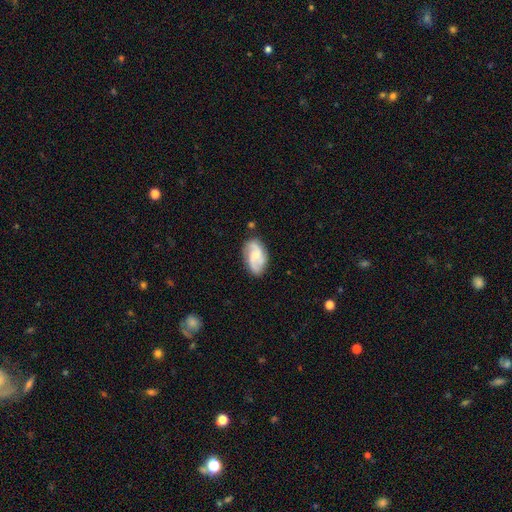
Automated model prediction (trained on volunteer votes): A featured or disk galaxy (69%) with no bar (59%), 2 (39%, tied with 3) medium (48%) spiral arms (94%) and a small central bulge (42%).

Vote fractions:
- Smooth or featured? featured or disk: 69% / smooth: 25% / star or artifact: 6%
- Edge-on disk? no: 97% / yes: 3%
- Bar? no: 59% / weak: 35% / strong: 6%
- Spiral arms? yes: 94% / no: 6%
- Spiral winding? medium: 48% / loose: 29% / tight: 23%
- Spiral arm count? 2: 39% (tied) / 3: 39% (tied) / can't tell: 11% / 4: 5% / 1: 4% / more than 4: 3%
- Bulge size? small: 42% / none: 27% / moderate: 24% / large: 5% / dominant: 2%
- Merging? none: 74% / minor disturbance: 18% / major disturbance: 6% / merger: 2%